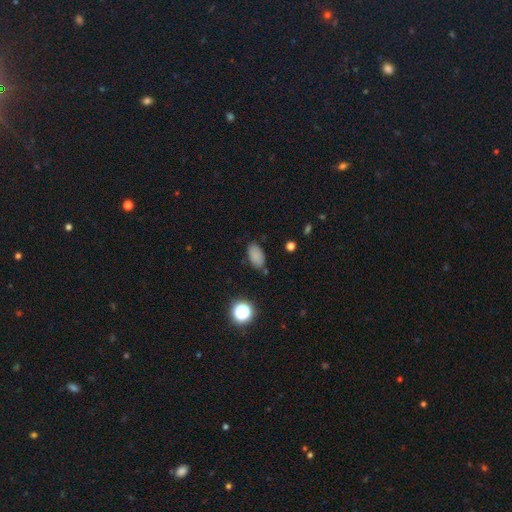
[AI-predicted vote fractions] Smooth or featured?
  - smooth: 81% *
  - star or artifact: 13%
  - featured or disk: 6%
How rounded?
  - in between: 92% *
  - round: 6%
  - cigar-shaped: 2%
Merging?
  - none: 76% *
  - minor disturbance: 17%
  - major disturbance: 4%
  - merger: 3%